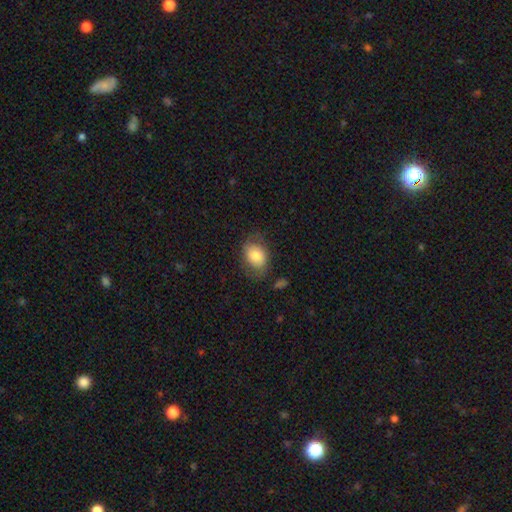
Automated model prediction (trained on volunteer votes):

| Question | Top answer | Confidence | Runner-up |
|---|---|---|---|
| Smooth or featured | smooth | 73% | featured or disk (20%) |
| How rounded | in between | 71% | round (28%) |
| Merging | none | 64% | minor disturbance (23%) |